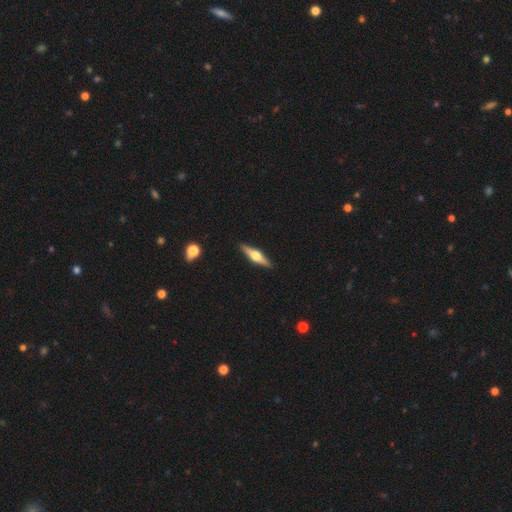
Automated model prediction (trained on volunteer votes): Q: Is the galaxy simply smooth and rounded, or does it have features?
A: featured or disk — 66%.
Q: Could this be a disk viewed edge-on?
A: yes — 97%.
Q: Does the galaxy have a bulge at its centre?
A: rounded — 94%.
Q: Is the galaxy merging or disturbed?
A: none — 91%.